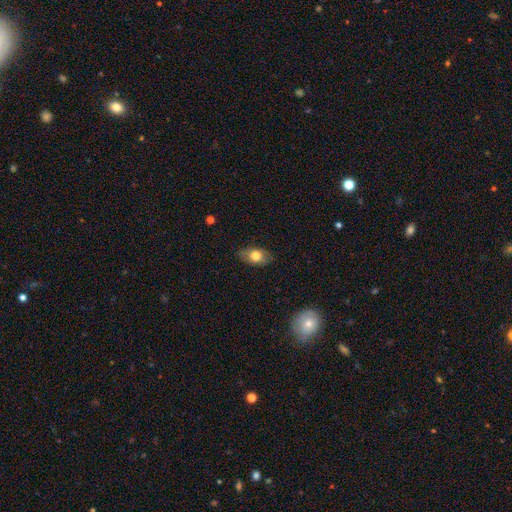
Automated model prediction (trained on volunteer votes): Smooth or featured?
  - smooth: 71% *
  - featured or disk: 22%
  - star or artifact: 7%
How rounded?
  - in between: 87% *
  - round: 10%
  - cigar-shaped: 3%
Merging?
  - none: 82% *
  - minor disturbance: 13%
  - major disturbance: 4%
  - merger: 1%